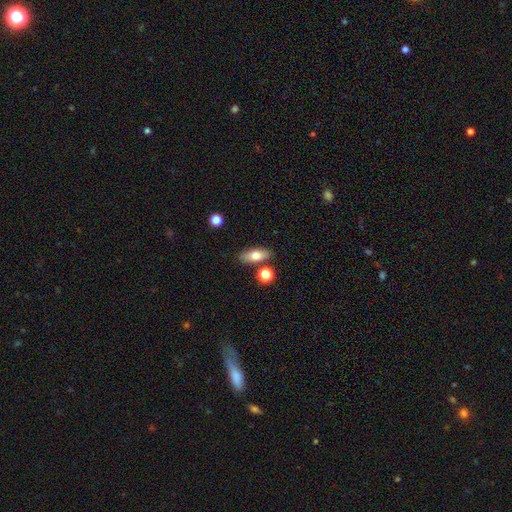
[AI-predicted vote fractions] A smooth galaxy with no disk features (74%) that is in between round and cigar-shaped (76%). Merging: none (79%).